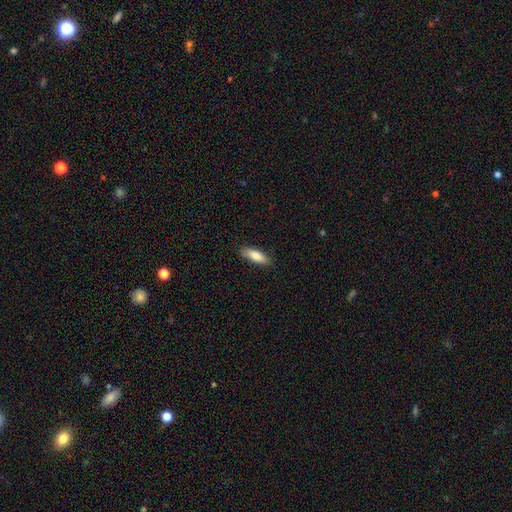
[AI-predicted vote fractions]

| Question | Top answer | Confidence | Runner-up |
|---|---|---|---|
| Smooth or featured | smooth | 84% | featured or disk (11%) |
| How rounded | in between | 59% | cigar-shaped (40%) |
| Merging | none | 85% | minor disturbance (12%) |